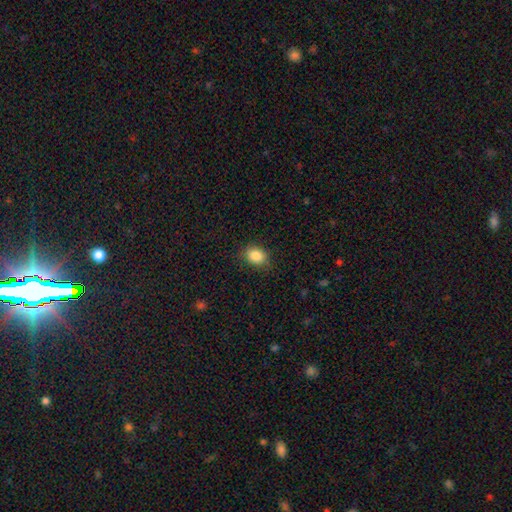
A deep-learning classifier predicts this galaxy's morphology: smooth-or-featured: smooth: 87% | star or artifact: 9% | featured or disk: 4%
  how-rounded: in between: 58% | round: 41% | cigar-shaped: 1%
  merging: none: 83% | minor disturbance: 13% | major disturbance: 3% | merger: 1%